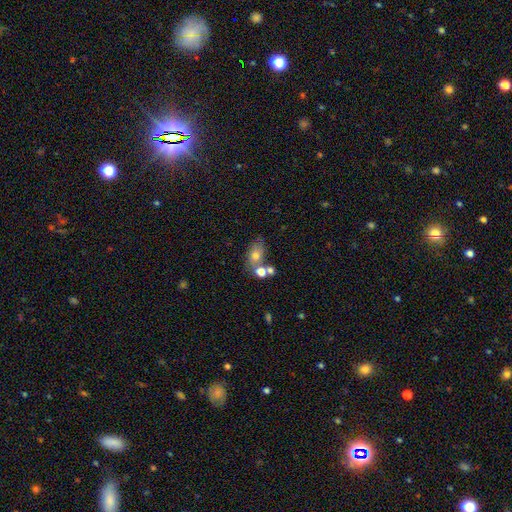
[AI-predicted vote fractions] Overall: smooth (65%). How rounded: in between (76%). Merging: none (43%; merger 33%).